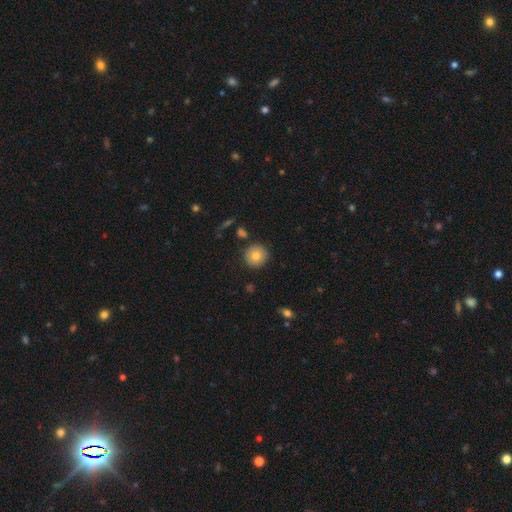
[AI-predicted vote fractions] Q: Smooth or featured?
A: smooth (79%); runner-up: featured or disk (12%)
Q: How rounded?
A: round (94%); runner-up: in between (5%)
Q: Merging?
A: none (89%); runner-up: minor disturbance (7%)